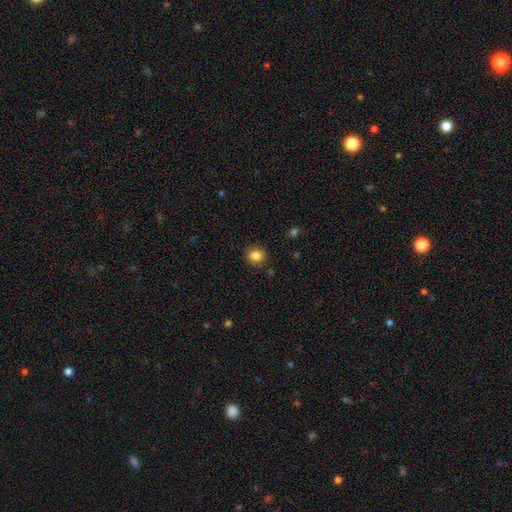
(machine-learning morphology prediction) This appears to be a smooth galaxy with no disk features (84%) that is round (86%). Merging: none (90%).